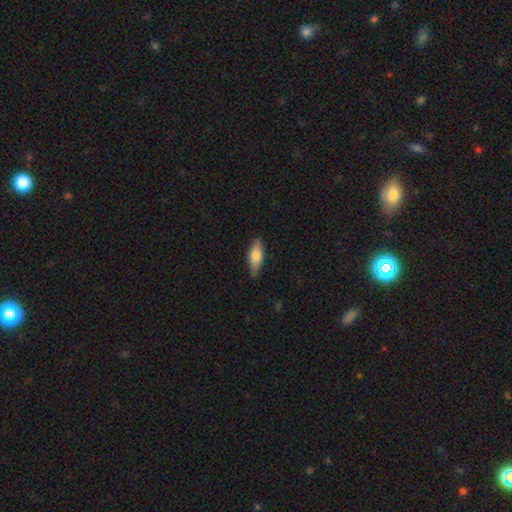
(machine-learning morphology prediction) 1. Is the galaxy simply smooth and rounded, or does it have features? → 71% smooth, 22% featured or disk, 6% star or artifact.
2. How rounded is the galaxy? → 67% in between, 31% cigar-shaped, 3% round.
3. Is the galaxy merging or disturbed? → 77% none, 19% minor disturbance, 3% major disturbance, 1% merger.